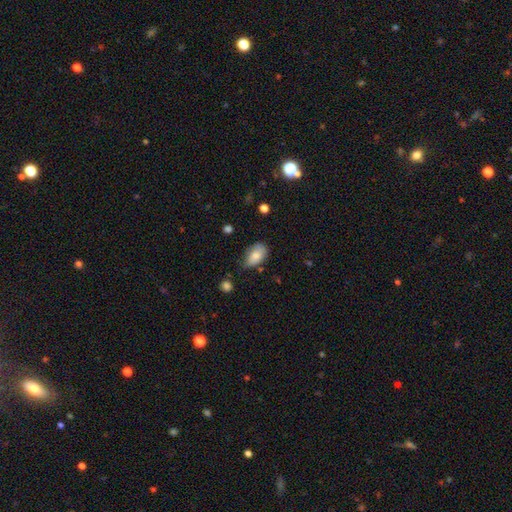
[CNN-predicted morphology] smooth-or-featured: smooth: 79% | featured or disk: 14% | star or artifact: 8%
  how-rounded: in between: 91% | round: 8% | cigar-shaped: 2%
  merging: none: 48% | minor disturbance: 39% | major disturbance: 9% | merger: 3%